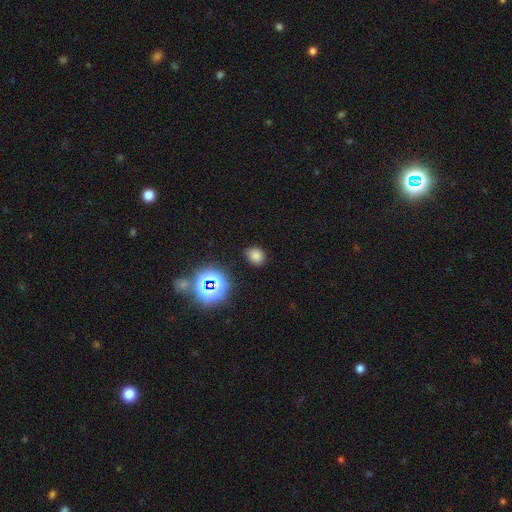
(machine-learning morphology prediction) A smooth galaxy with no disk features (73%) that is round (56%).

Vote fractions:
- Smooth or featured? smooth: 73% / star or artifact: 21% / featured or disk: 5%
- How rounded? round: 56% / in between: 43% / cigar-shaped: 1%
- Merging? none: 83% / minor disturbance: 12% / major disturbance: 3% / merger: 2%